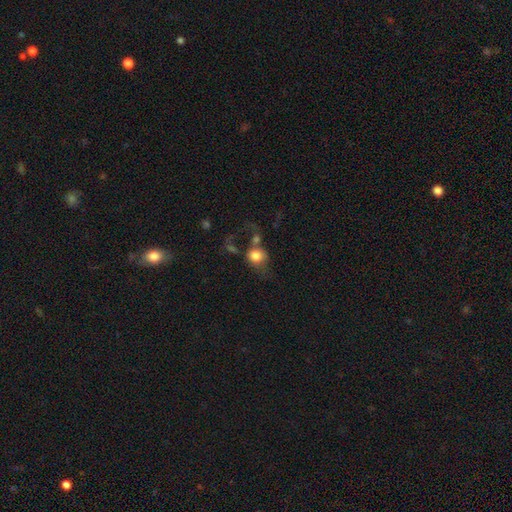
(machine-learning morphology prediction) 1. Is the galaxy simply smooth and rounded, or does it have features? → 72% smooth, 19% featured or disk, 10% star or artifact.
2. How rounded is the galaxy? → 67% round, 31% in between, 1% cigar-shaped.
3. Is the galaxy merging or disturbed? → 35% merger, 28% major disturbance, 25% none, 13% minor disturbance.